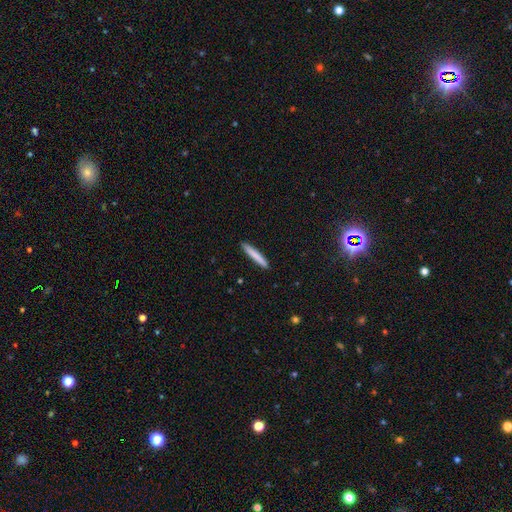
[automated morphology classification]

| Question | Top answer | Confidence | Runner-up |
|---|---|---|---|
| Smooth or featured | smooth | 80% | featured or disk (14%) |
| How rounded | cigar-shaped | 96% | in between (3%) |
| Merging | none | 92% | minor disturbance (6%) |